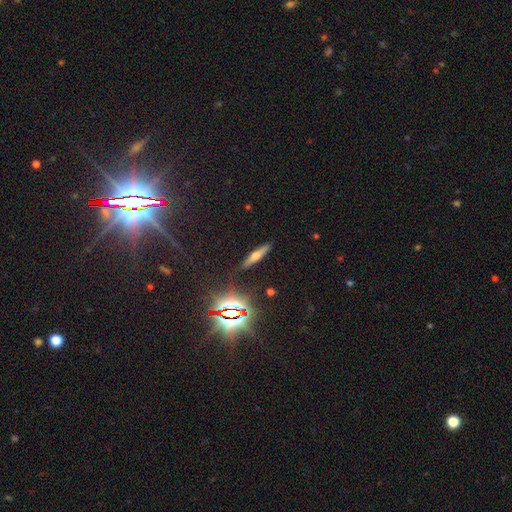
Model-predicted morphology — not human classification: A smooth galaxy with no disk features (43%).

Vote fractions:
- Smooth or featured? smooth: 43% / featured or disk: 40% / star or artifact: 17%
- Merging? none: 88% / minor disturbance: 8% / major disturbance: 2% / merger: 2%